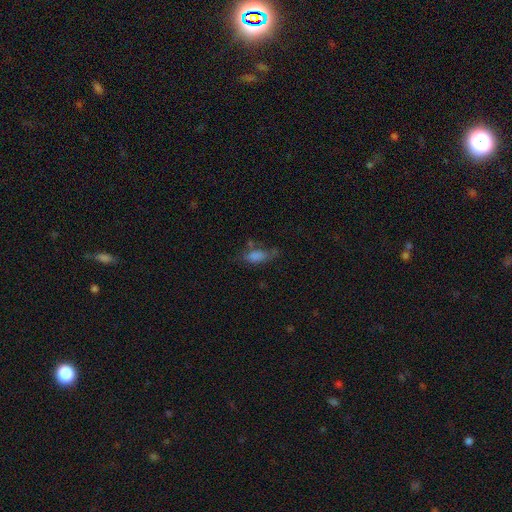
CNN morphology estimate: type=smooth (71%); roundness=in between (75%); merging=none (47%).